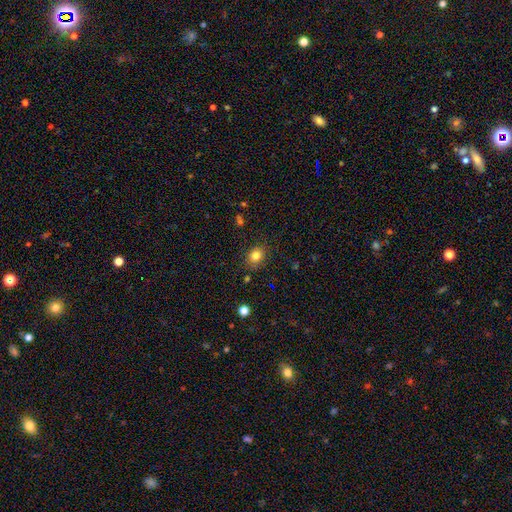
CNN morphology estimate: The model was most divided on "how rounded": round: 56%, in between: 43%, cigar-shaped: 1%. More confident: merging — none (83%); smooth or featured — smooth (81%).